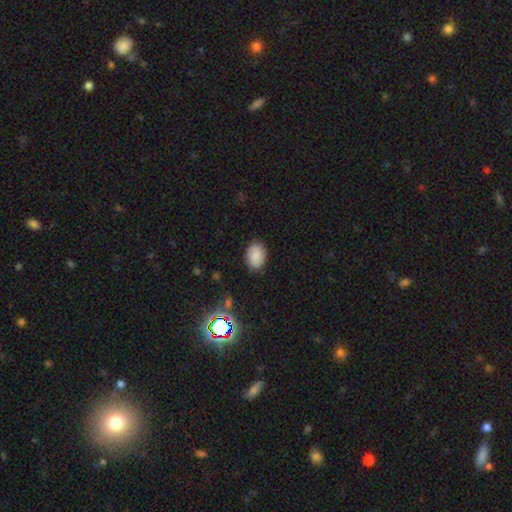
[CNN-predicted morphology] Smooth or featured? Predicted: smooth (p=0.83). How rounded? Predicted: in between (p=0.77). Merging? Predicted: none (p=0.84).